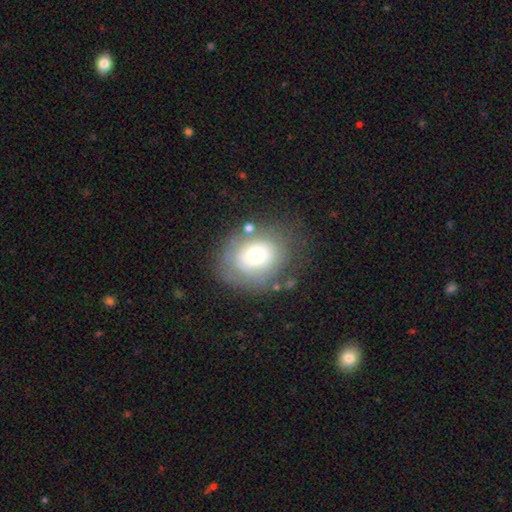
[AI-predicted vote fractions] A smooth galaxy with no disk features (57%) that is round (54%).

Vote fractions:
- Smooth or featured? smooth: 57% / featured or disk: 34% / star or artifact: 9%
- How rounded? round: 54% / in between: 45% / cigar-shaped: 1%
- Merging? none: 64% / minor disturbance: 19% / major disturbance: 12% / merger: 5%